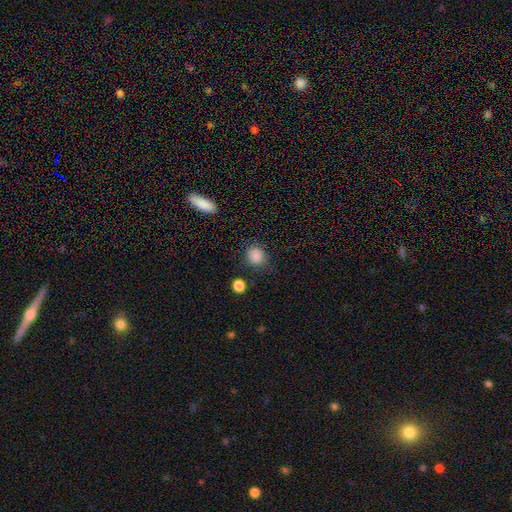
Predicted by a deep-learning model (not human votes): Smooth or featured? smooth (87%)
How rounded? round (80%)
Merging? none (83%)